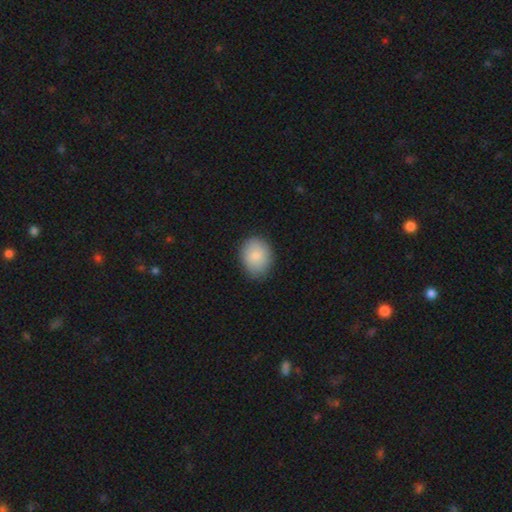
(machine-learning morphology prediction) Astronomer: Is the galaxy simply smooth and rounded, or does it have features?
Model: smooth — 83%.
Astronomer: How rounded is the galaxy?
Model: in between — 51% (runner-up: round, 48%).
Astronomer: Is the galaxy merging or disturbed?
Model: none — 82%.